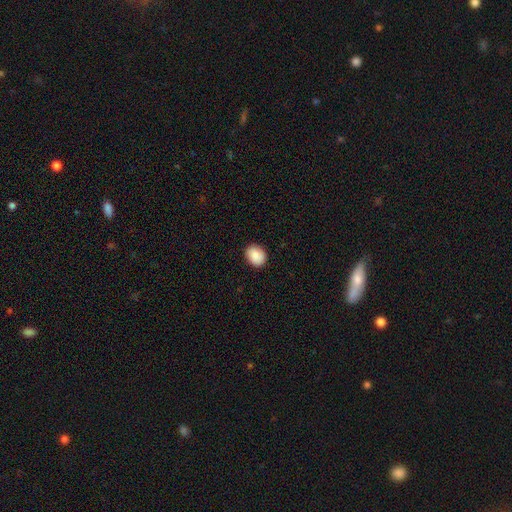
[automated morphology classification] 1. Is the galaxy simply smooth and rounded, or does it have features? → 89% smooth, 7% star or artifact, 4% featured or disk.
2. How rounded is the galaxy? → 56% in between, 43% round, 1% cigar-shaped.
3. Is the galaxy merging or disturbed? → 88% none, 9% minor disturbance, 2% major disturbance, 1% merger.